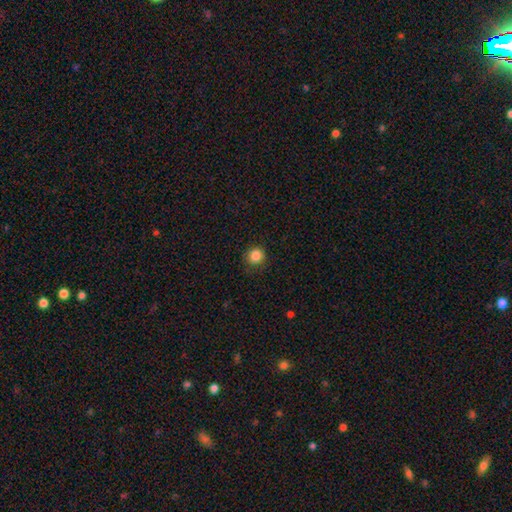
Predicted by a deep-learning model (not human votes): smooth_or_featured: smooth (p=0.86) [alt: star or artifact p=0.11]
how_rounded: round (p=0.93) [alt: in between p=0.06]
merging: none (p=0.88) [alt: minor disturbance p=0.08]